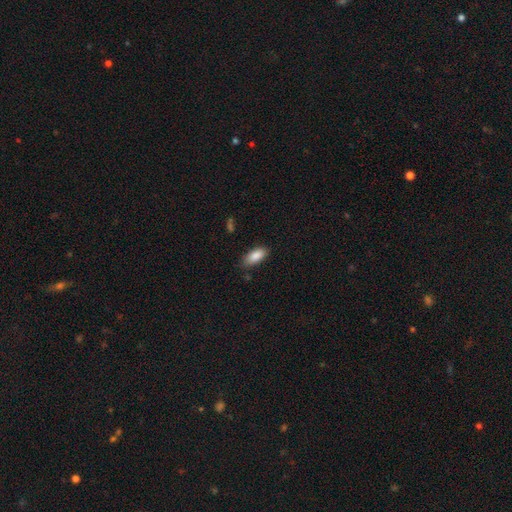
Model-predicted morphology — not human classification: Overall: smooth (87%). How rounded: in between (85%). Merging: none (80%).